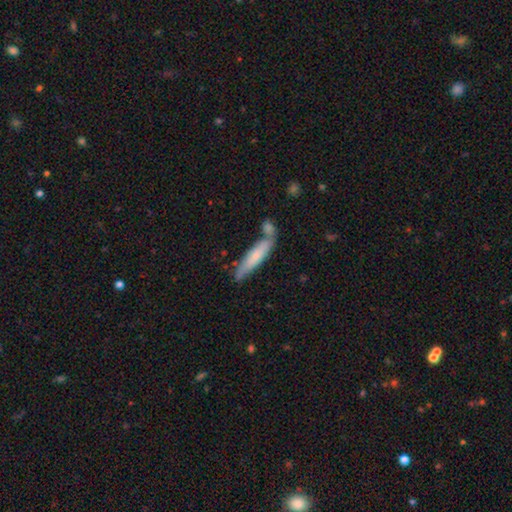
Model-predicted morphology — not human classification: A smooth galaxy with no disk features (66%) that is cigar-shaped (84%). Merging: none (59%).